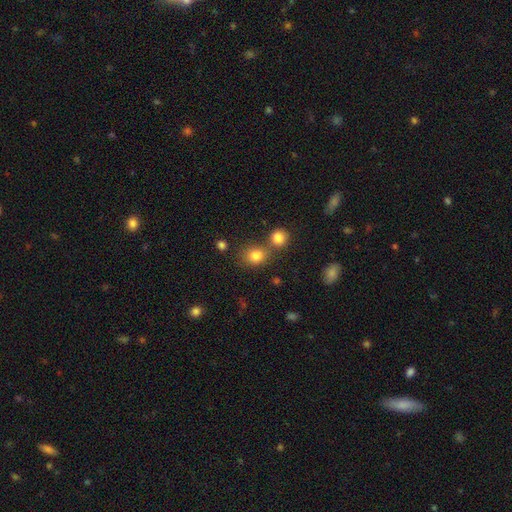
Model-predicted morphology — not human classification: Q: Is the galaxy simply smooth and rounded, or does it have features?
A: smooth — 82%.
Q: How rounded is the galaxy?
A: round — 69%.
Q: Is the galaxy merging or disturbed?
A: none — 58%.